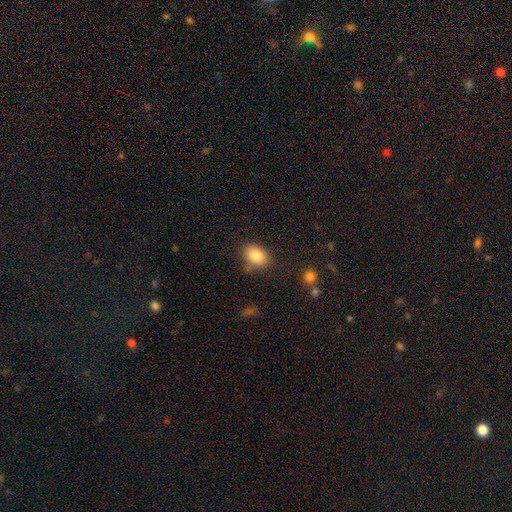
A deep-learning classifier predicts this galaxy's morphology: Smooth or featured?
  - smooth: 84% *
  - star or artifact: 9%
  - featured or disk: 7%
How rounded?
  - in between: 75% *
  - round: 24%
  - cigar-shaped: 1%
Merging?
  - none: 73% *
  - minor disturbance: 18%
  - major disturbance: 5%
  - merger: 5%